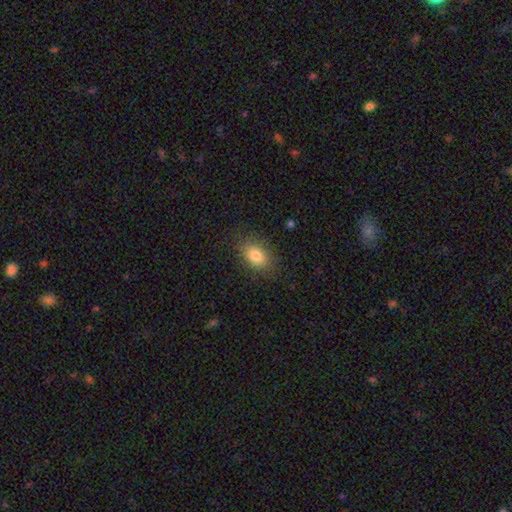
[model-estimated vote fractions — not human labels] Q: Smooth or featured?
A: smooth (82%); runner-up: featured or disk (9%)
Q: How rounded?
A: in between (84%); runner-up: round (14%)
Q: Merging?
A: none (82%); runner-up: minor disturbance (12%)